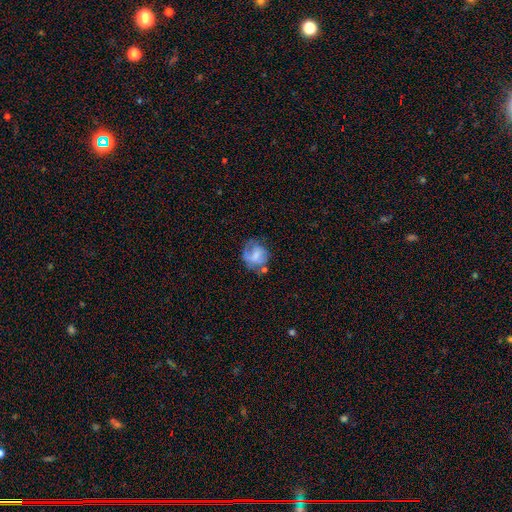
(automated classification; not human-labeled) A featured or disk galaxy (46%). Merging: none (46%).